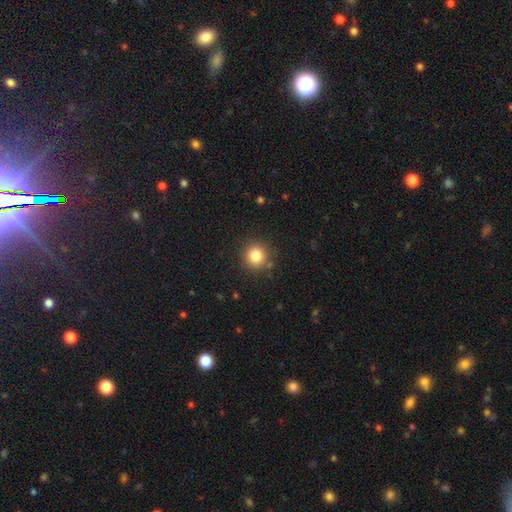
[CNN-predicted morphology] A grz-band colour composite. It shows a smooth galaxy with no disk features (82%) that is round (93%). Merging: none (87%).